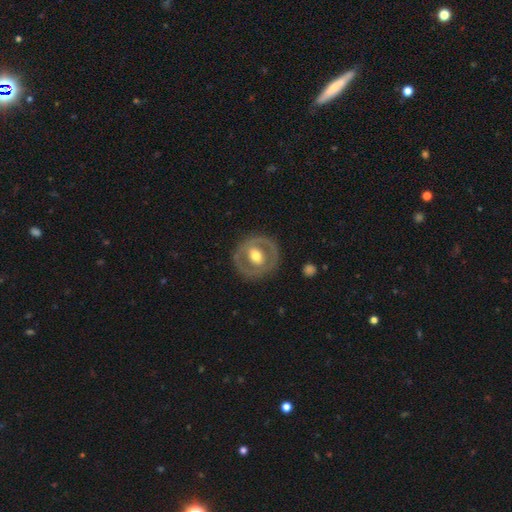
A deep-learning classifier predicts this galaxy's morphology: This is likely a featured or disk galaxy (63%). It is clearly not viewed edge-on (95%). Bar: possibly no (48%). Spiral arm pattern: likely no (77%). Central bulge: likely moderate (71%). Merging: clearly none (82%).